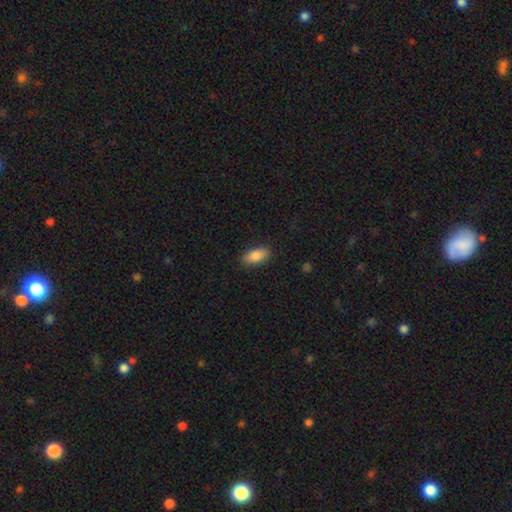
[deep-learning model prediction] Morphology: type=smooth (86%); roundness=in between (90%); merging=none (86%).